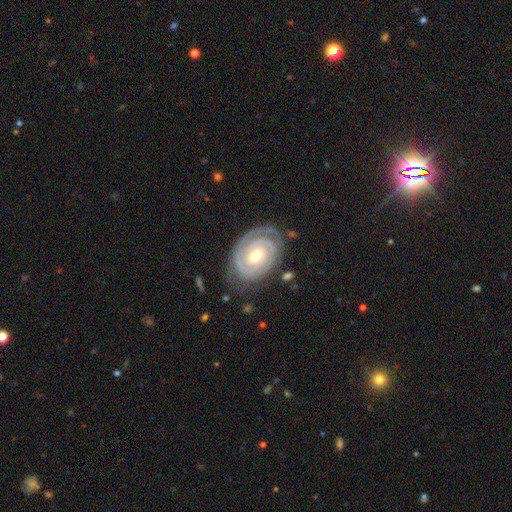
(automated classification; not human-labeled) A featured or disk galaxy (90%) with no bar (53%), 2 (64%) tight (83%) spiral arms (97%) and a moderate central bulge (62%).

Vote fractions:
- Smooth or featured? featured or disk: 90% / smooth: 6% / star or artifact: 4%
- Edge-on disk? no: 97% / yes: 3%
- Bar? no: 53% / weak: 35% / strong: 12%
- Spiral arms? yes: 97% / no: 3%
- Spiral winding? tight: 83% / medium: 14% / loose: 3%
- Spiral arm count? 2: 64% / 1: 12% / can't tell: 12% / 3: 8% / 4: 2% / more than 4: 2%
- Bulge size? moderate: 62% / small: 33% / large: 3% / none: 1% / dominant: 1%
- Merging? none: 77% / minor disturbance: 15% / major disturbance: 6% / merger: 2%